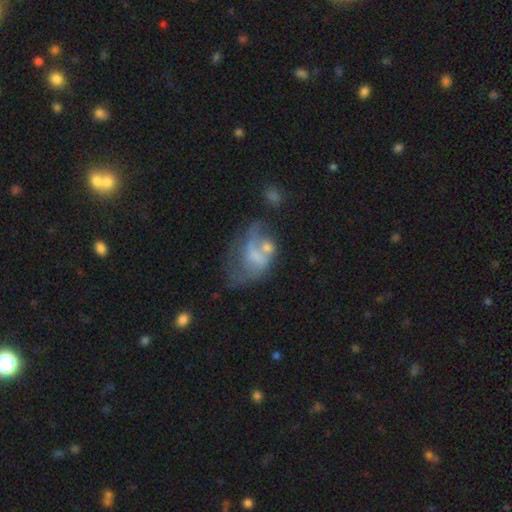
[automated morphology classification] Smooth or featured? Predicted: featured or disk (p=0.53). Edge-on disk? Predicted: no (p=0.97). Bar? Predicted: no (p=0.63). Spiral arms? Predicted: no (p=0.58). Bulge size? Predicted: none (p=0.40). Merging? Predicted: major disturbance (p=0.35).